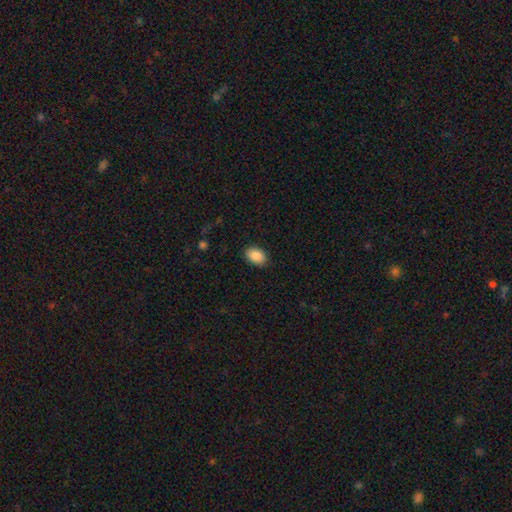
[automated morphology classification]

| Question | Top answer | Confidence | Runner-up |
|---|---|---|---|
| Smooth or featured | smooth | 88% | star or artifact (7%) |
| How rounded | in between | 85% | round (13%) |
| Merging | none | 87% | minor disturbance (9%) |